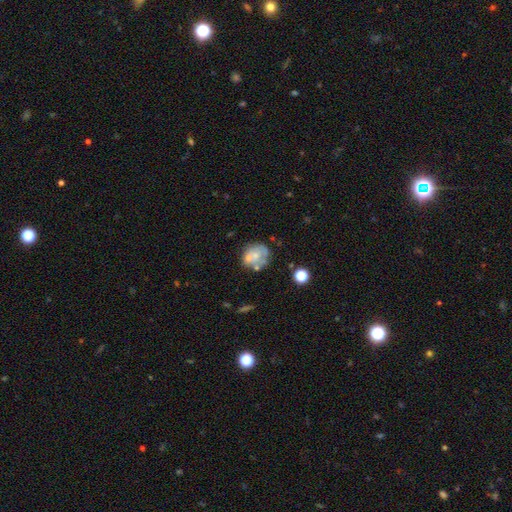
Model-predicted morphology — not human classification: smooth-or-featured: featured or disk: 46% | smooth: 44% | star or artifact: 10%
  merging: none: 44% | minor disturbance: 22% | merger: 20% | major disturbance: 14%